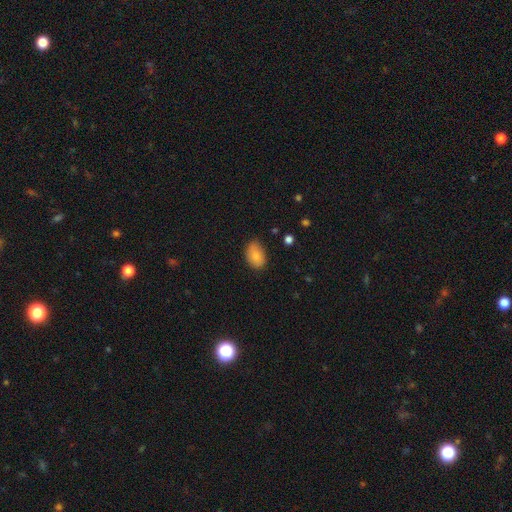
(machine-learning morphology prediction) smooth_or_featured: smooth (p=0.83) [alt: featured or disk p=0.10]
how_rounded: in between (p=0.86) [alt: round p=0.13]
merging: none (p=0.76) [alt: minor disturbance p=0.20]